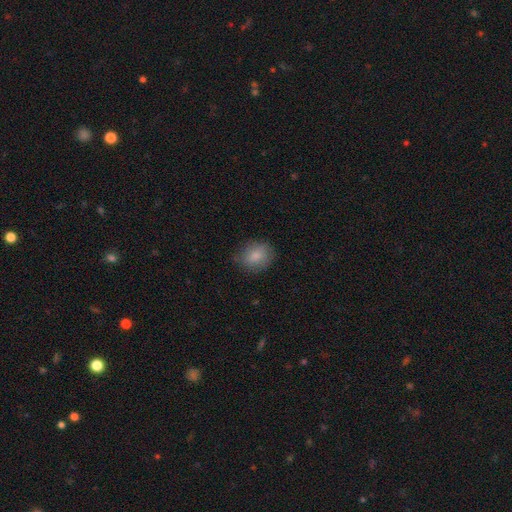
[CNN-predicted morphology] A smooth galaxy with no disk features (82%) that is round (62%). Merging: none (76%).